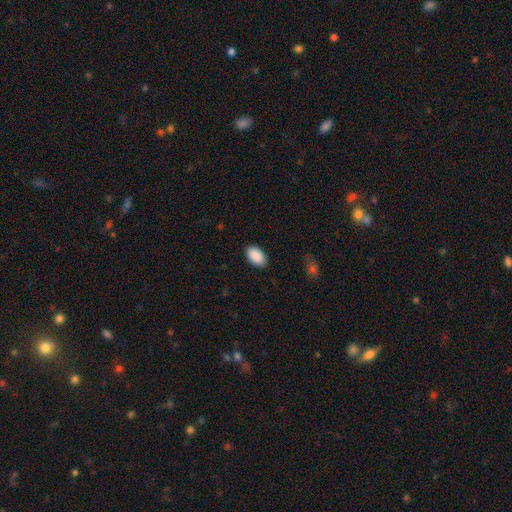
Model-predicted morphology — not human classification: This appears to be a smooth galaxy with no disk features (91%) that is in between round and cigar-shaped (93%). Merging: none (86%).